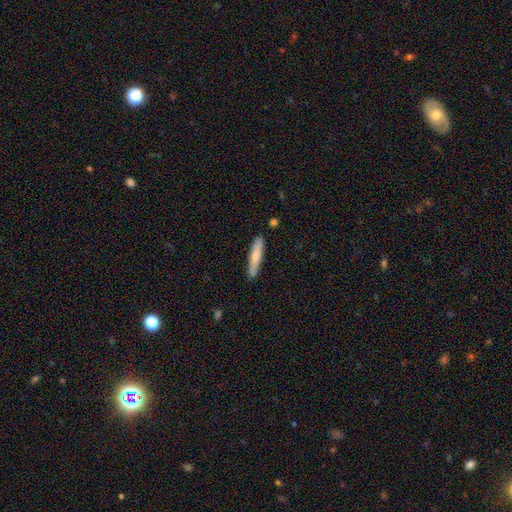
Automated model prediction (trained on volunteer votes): This appears to be a smooth galaxy with no disk features (71%) that is cigar-shaped (88%). Merging: none (82%).